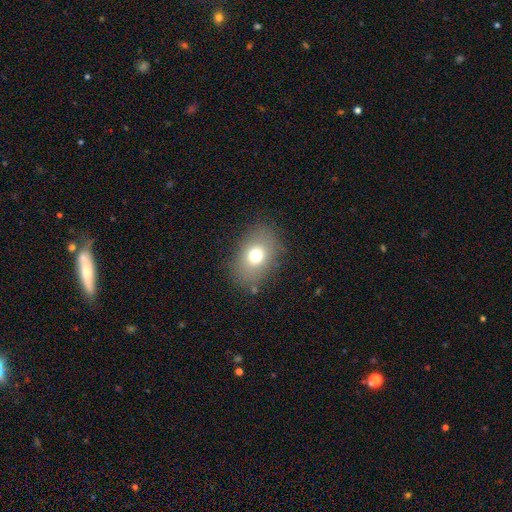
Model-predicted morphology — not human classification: Smooth or featured? smooth (71%)
How rounded? in between (74%)
Merging? none (82%)